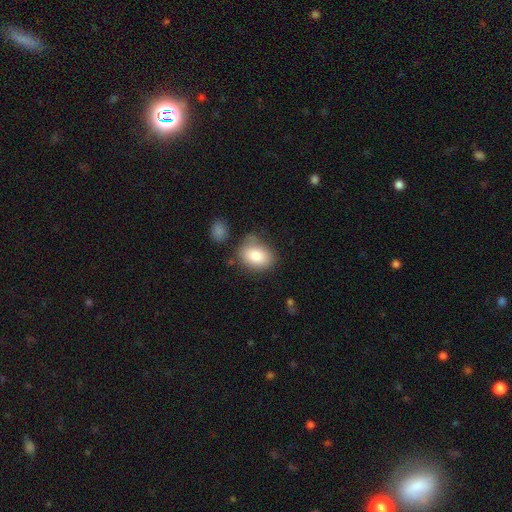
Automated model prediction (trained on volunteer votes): Morphology: type=smooth (84%); roundness=in between (76%); merging=none (63%).